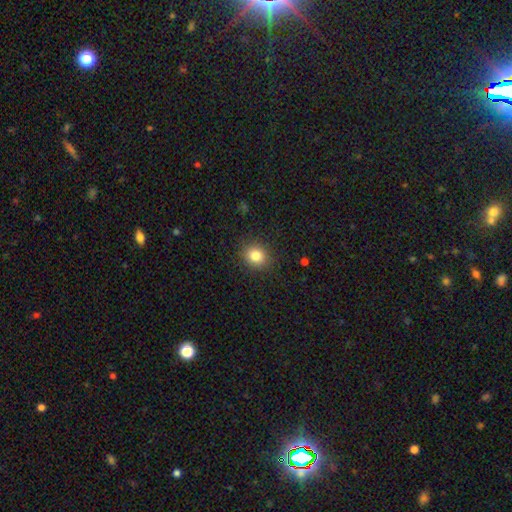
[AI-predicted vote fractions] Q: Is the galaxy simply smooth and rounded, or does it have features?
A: smooth — 82%.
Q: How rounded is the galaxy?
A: round — 77%.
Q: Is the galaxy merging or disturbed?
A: none — 89%.